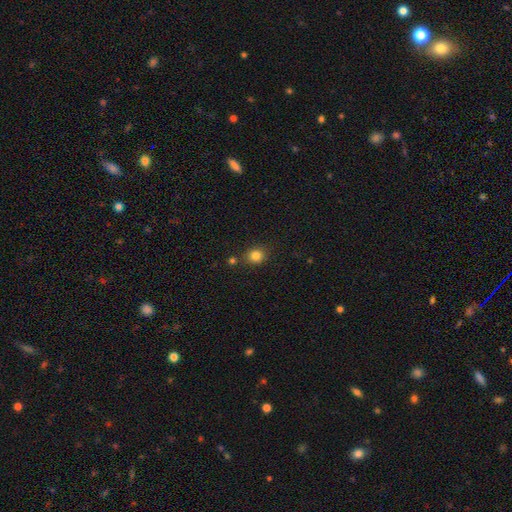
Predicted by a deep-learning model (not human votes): Smooth or featured? smooth (83%)
How rounded? round (80%)
Merging? none (81%)